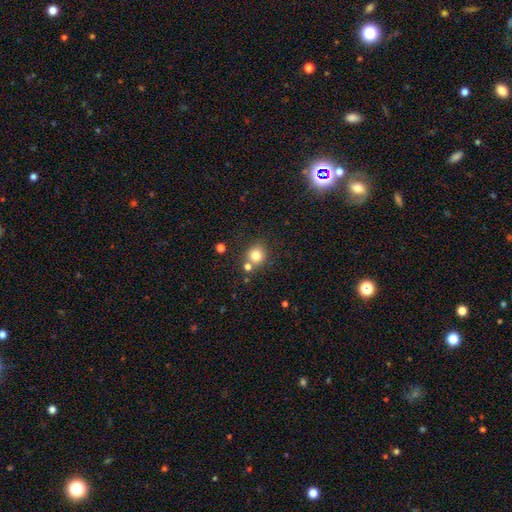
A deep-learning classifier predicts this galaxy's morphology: smooth-or-featured: smooth: 79% | star or artifact: 13% | featured or disk: 8%
  how-rounded: round: 87% | in between: 12% | cigar-shaped: 1%
  merging: none: 69% | merger: 18% | minor disturbance: 10% | major disturbance: 3%